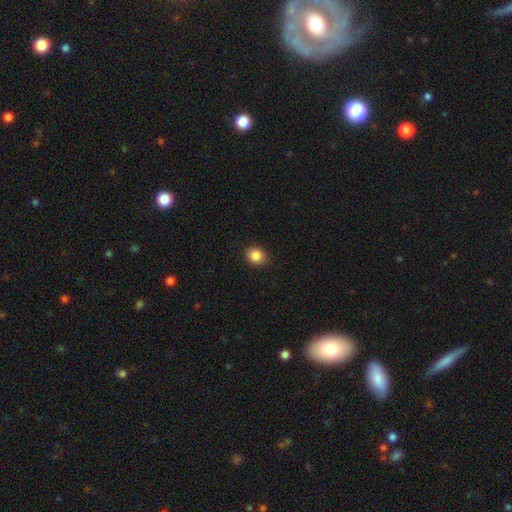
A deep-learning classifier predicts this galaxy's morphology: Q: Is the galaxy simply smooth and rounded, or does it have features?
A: smooth — 86%.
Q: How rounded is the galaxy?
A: round — 65%.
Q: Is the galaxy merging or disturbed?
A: none — 89%.